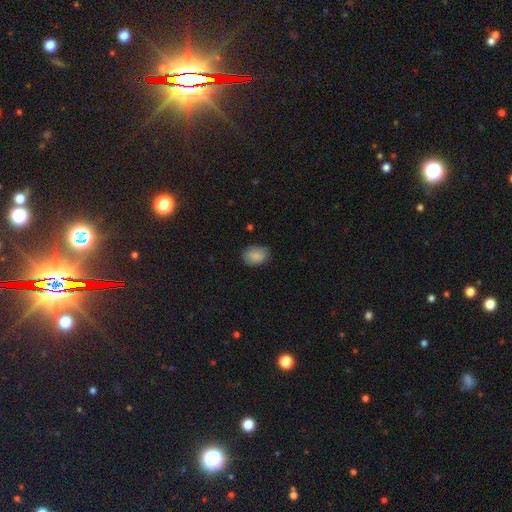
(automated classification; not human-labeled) A smooth galaxy with no disk features (87%) that is in between round and cigar-shaped (76%). Merging: none (79%).